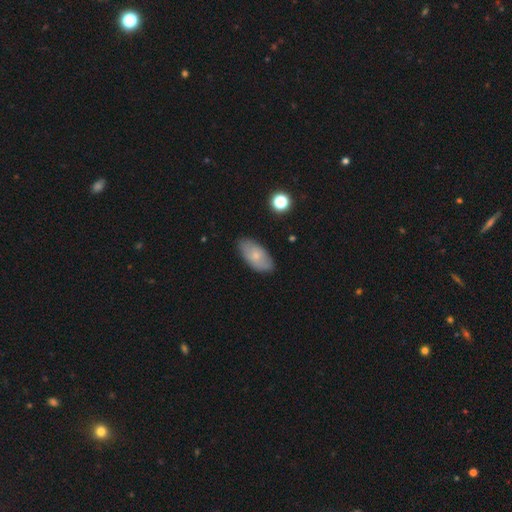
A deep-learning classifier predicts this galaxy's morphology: This appears to be a smooth galaxy with no disk features (68%) that is in between round and cigar-shaped (93%). Merging: none (81%).